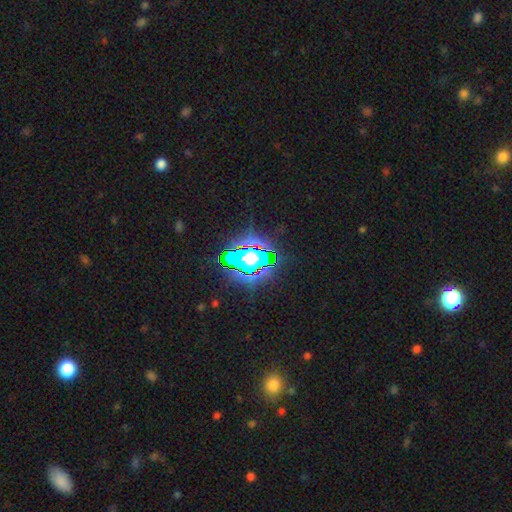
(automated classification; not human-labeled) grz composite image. It shows a star or artifact, not a galaxy (63%).